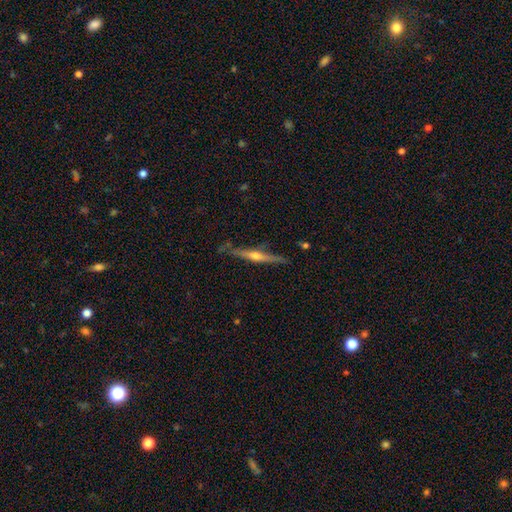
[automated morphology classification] The model was most divided on "smooth or featured": featured or disk: 76%, smooth: 19%, star or artifact: 6%. More confident: edge-on disk — yes (97%); edge-on bulge — rounded (89%); merging — none (82%).